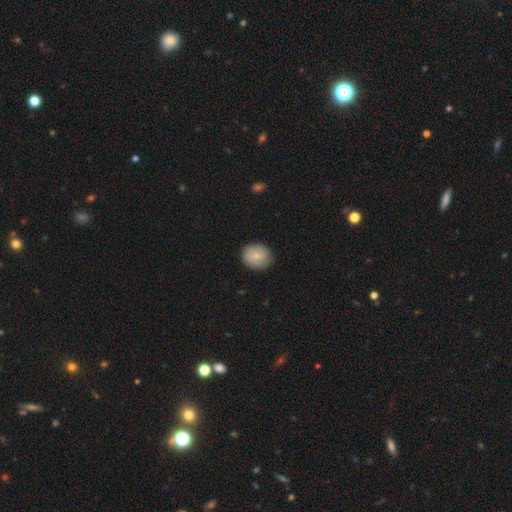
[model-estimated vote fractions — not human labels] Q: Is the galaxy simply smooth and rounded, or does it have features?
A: smooth — 78%.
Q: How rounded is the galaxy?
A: round — 68%.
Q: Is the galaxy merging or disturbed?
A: none — 84%.